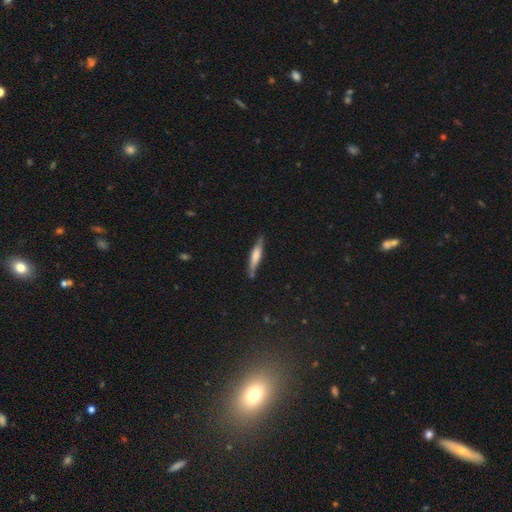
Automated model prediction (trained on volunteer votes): This is likely a smooth galaxy (60%). How rounded: clearly cigar-shaped (85%). Merging: likely none (77%).